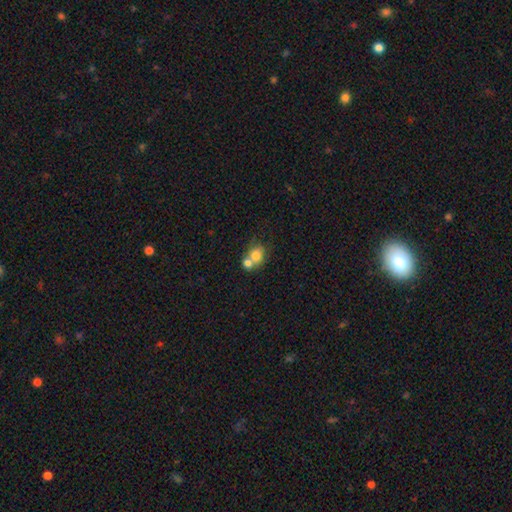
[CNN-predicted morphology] Smooth or featured? Predicted: smooth (p=0.76). How rounded? Predicted: round (p=0.64). Merging? Predicted: merger (p=0.58).